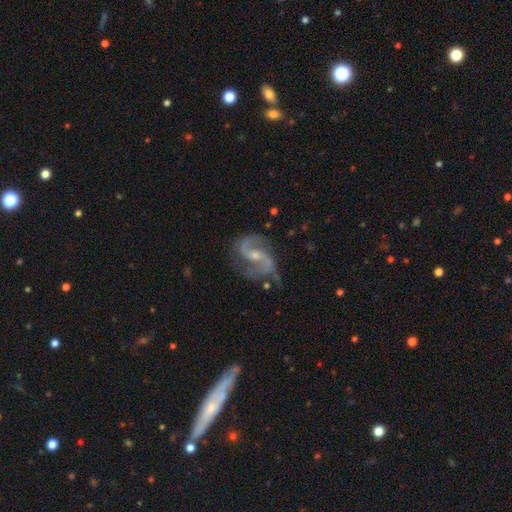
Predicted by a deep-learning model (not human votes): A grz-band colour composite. It shows a featured or disk galaxy (92%) with a weak bar (45%), 2 (93%) medium (51%) spiral arms (98%) and a small central bulge (54%). Merging: none (68%).